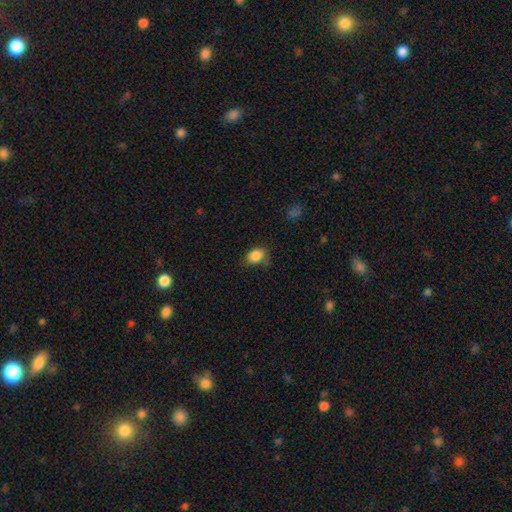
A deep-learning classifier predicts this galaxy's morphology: Smooth or featured?
  - smooth: 86% *
  - star or artifact: 9%
  - featured or disk: 5%
How rounded?
  - in between: 78% *
  - round: 21%
  - cigar-shaped: 1%
Merging?
  - none: 64% *
  - minor disturbance: 25%
  - major disturbance: 8%
  - merger: 2%